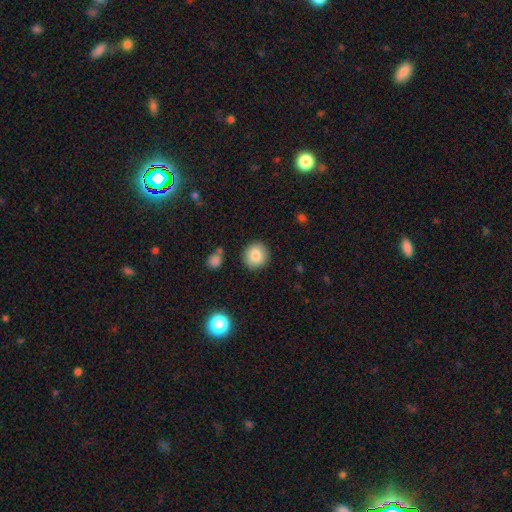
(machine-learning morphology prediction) Overall: smooth (84%). How rounded: round (90%). Merging: none (88%).